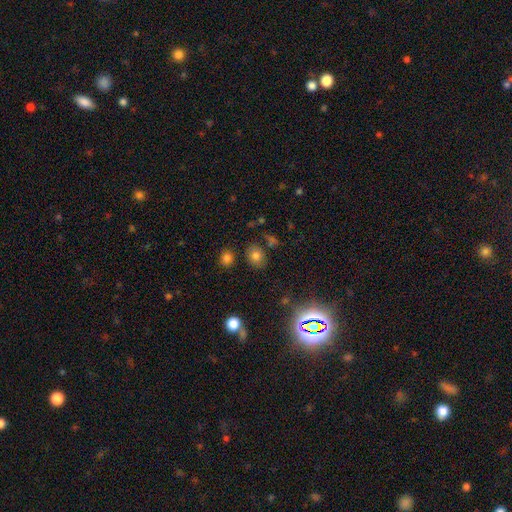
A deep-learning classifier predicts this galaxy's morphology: Smooth or featured? smooth (75%)
How rounded? round (50%)
Merging? none (77%)